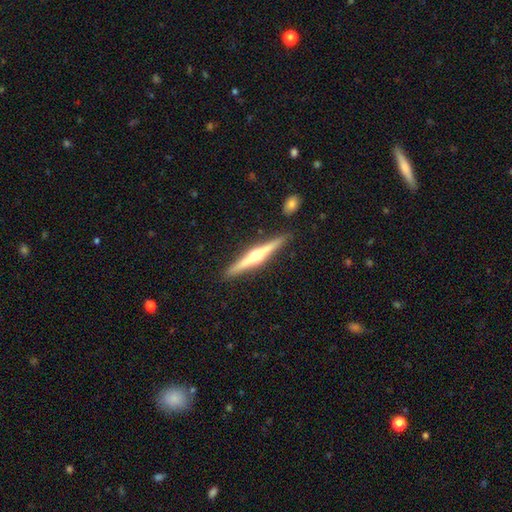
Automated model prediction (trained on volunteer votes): A featured or disk galaxy (73%) viewed edge-on (98%) with a rounded central bulge (92%).

Vote fractions:
- Smooth or featured? featured or disk: 73% / smooth: 21% / star or artifact: 5%
- Edge-on disk? yes: 98% / no: 2%
- Edge-on bulge? rounded: 92% / none: 4% / boxy: 4%
- Merging? none: 90% / minor disturbance: 7% / merger: 2% / major disturbance: 1%